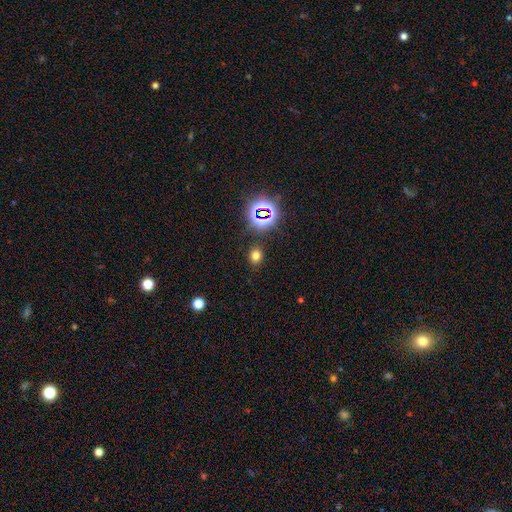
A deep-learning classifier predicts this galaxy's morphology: This is likely a smooth galaxy (70%). How rounded: likely round (63%). Merging: clearly none (86%).